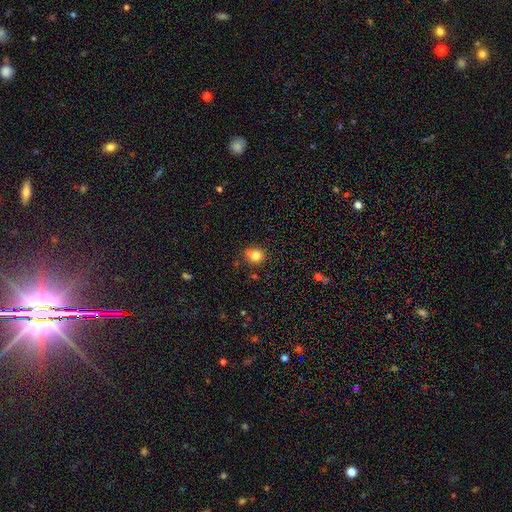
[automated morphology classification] smooth-or-featured: smooth: 81% | star or artifact: 12% | featured or disk: 7%
  how-rounded: round: 87% | in between: 12% | cigar-shaped: 1%
  merging: none: 70% | minor disturbance: 17% | merger: 9% | major disturbance: 4%